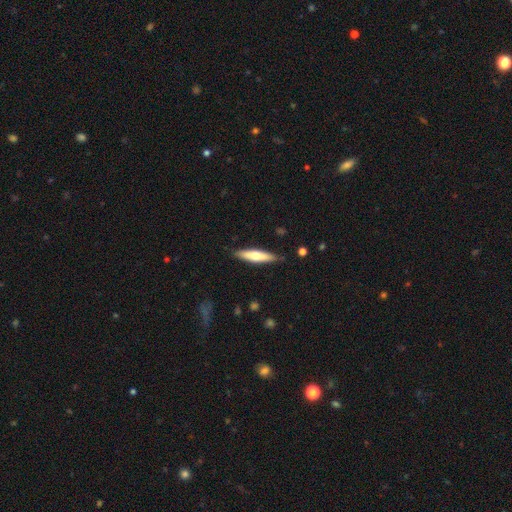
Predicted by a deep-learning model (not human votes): smooth 59%, featured or disk 35%, star or artifact 5%. Down the decision tree: how rounded — cigar-shaped (79%); merging — none (87%).